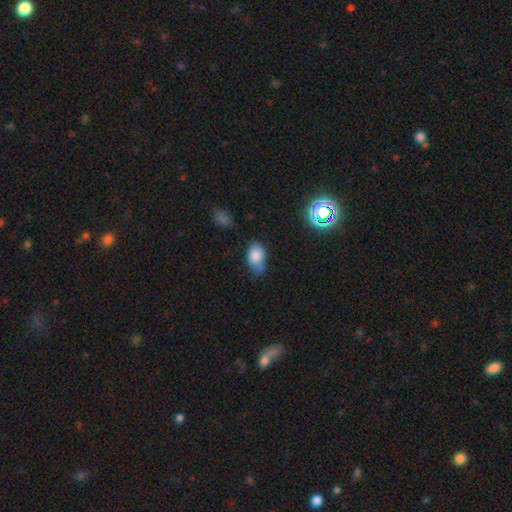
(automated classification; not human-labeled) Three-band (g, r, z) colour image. It shows a smooth galaxy with no disk features (81%) that is in between round and cigar-shaped (85%). Merging: none (50%).